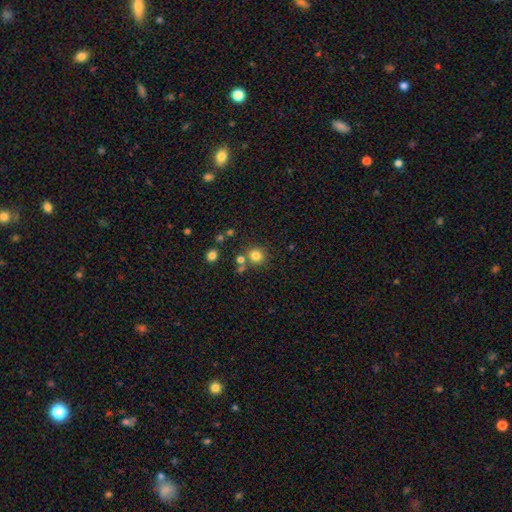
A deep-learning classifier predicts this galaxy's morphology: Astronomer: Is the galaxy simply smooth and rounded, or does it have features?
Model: smooth — 80%.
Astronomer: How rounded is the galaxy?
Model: round — 90%.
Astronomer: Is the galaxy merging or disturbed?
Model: none — 74%.